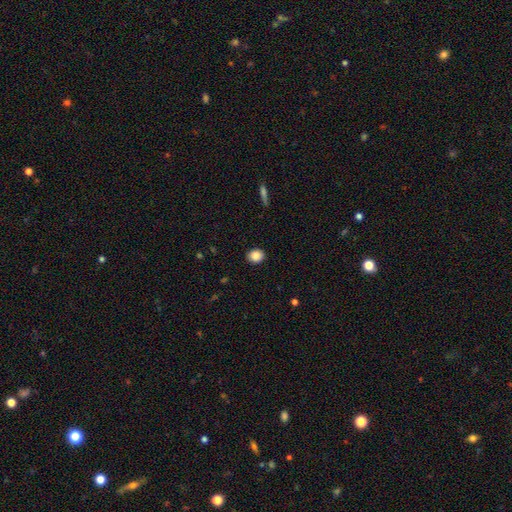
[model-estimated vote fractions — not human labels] Smooth or featured? smooth (87%)
How rounded? round (62%)
Merging? none (90%)